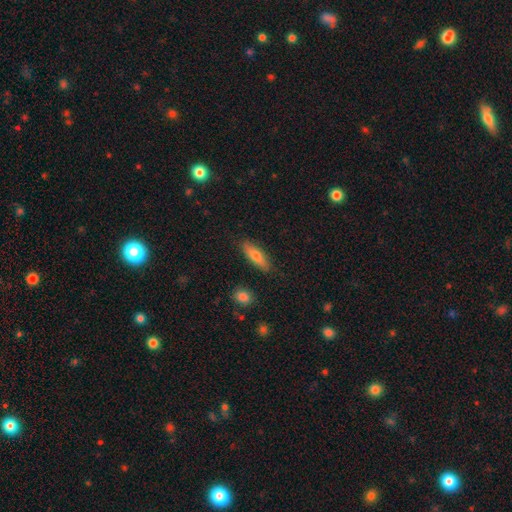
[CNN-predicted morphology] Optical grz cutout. It shows a smooth galaxy with no disk features (70%) that is cigar-shaped (53%). Merging: none (86%).